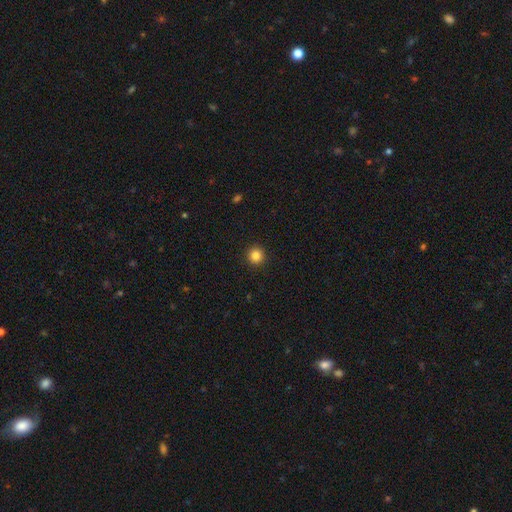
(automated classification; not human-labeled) Smooth or featured?
  - smooth: 84% *
  - star or artifact: 12%
  - featured or disk: 4%
How rounded?
  - round: 95% *
  - in between: 4%
  - cigar-shaped: 1%
Merging?
  - none: 93% *
  - minor disturbance: 4%
  - major disturbance: 2%
  - merger: 1%